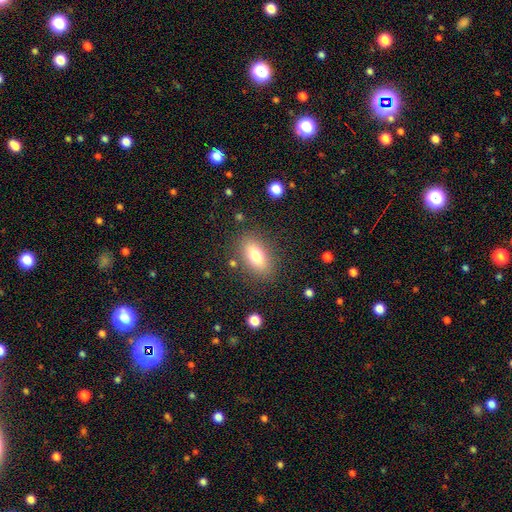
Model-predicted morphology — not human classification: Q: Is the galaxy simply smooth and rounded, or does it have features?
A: smooth — 74%.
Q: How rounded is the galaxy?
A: in between — 85%.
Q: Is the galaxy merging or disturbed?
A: none — 83%.